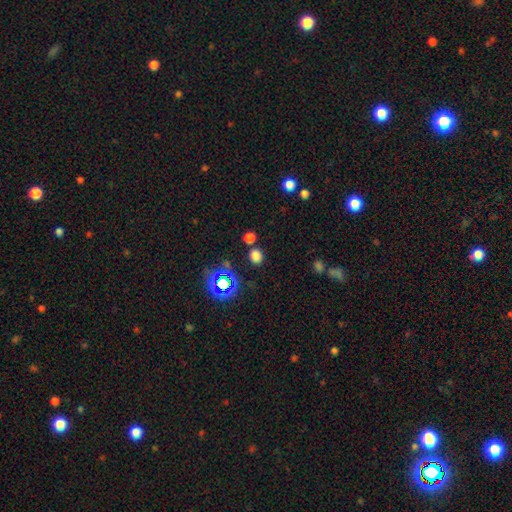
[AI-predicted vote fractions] The model was most divided on "how rounded": round: 68%, in between: 31%, cigar-shaped: 1%. More confident: merging — none (80%); smooth or featured — smooth (72%).